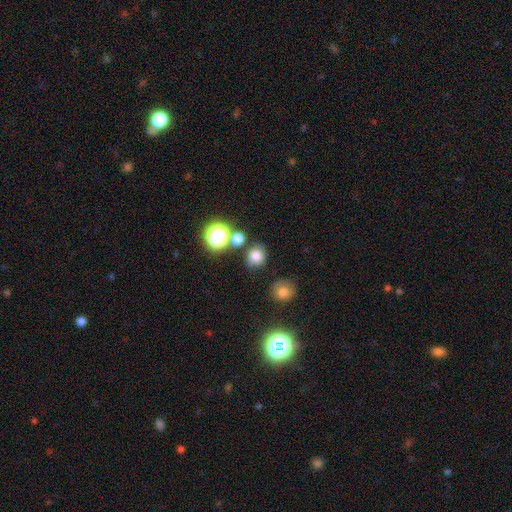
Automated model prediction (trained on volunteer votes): Smooth or featured?
  - smooth: 78% *
  - star or artifact: 16%
  - featured or disk: 7%
How rounded?
  - round: 79% *
  - in between: 20%
  - cigar-shaped: 1%
Merging?
  - none: 76% *
  - minor disturbance: 11%
  - merger: 9%
  - major disturbance: 4%